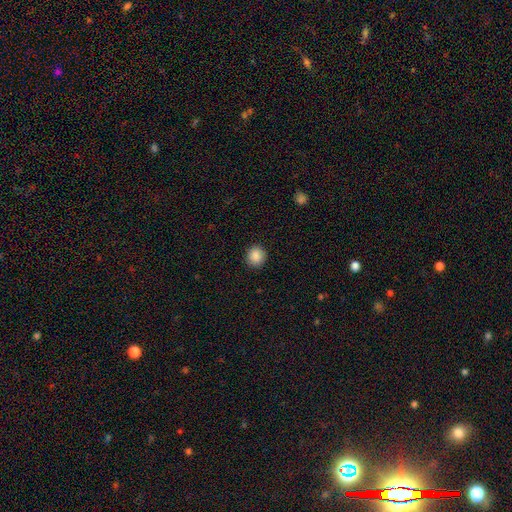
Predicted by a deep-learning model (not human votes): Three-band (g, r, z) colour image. It shows a smooth galaxy with no disk features (88%) that is round (86%). Merging: none (91%).